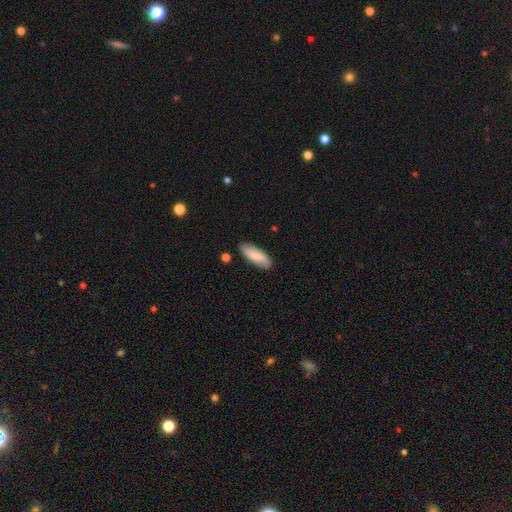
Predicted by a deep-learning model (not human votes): This appears to be a smooth galaxy with no disk features (74%) that is in between round and cigar-shaped (66%). Merging: none (84%).